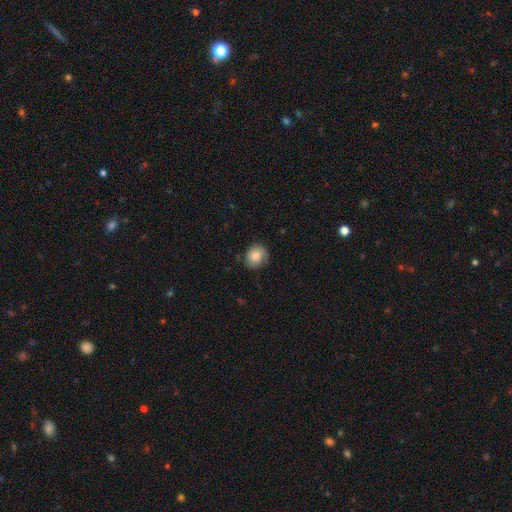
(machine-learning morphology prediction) Overall: smooth (78%). How rounded: round (80%). Merging: none (76%).